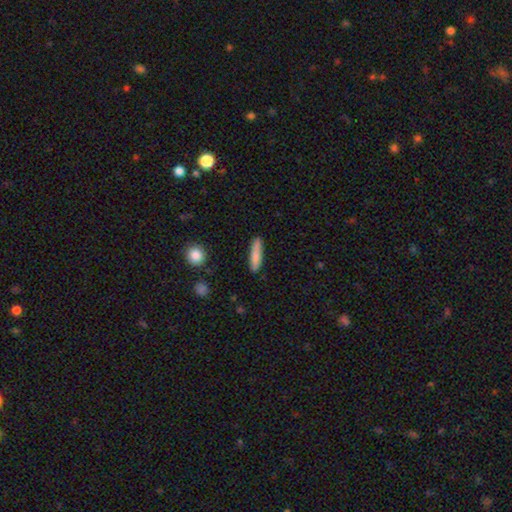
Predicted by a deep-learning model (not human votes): Smooth or featured?
  - smooth: 82% *
  - featured or disk: 12%
  - star or artifact: 6%
How rounded?
  - cigar-shaped: 83% *
  - in between: 15%
  - round: 2%
Merging?
  - none: 87% *
  - minor disturbance: 10%
  - major disturbance: 2%
  - merger: 2%